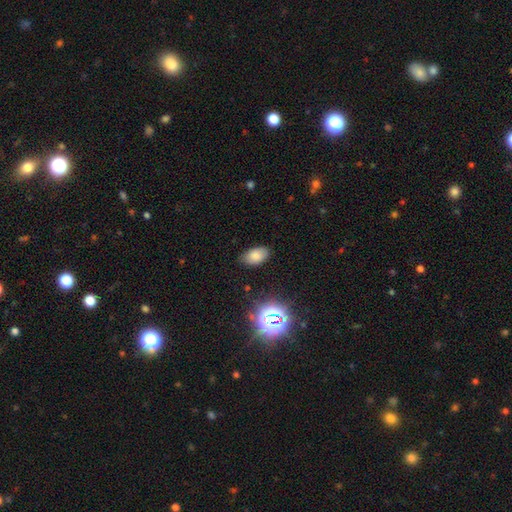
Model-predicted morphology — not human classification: Q: Smooth or featured?
A: smooth (77%); runner-up: star or artifact (14%)
Q: How rounded?
A: in between (92%); runner-up: round (7%)
Q: Merging?
A: none (83%); runner-up: minor disturbance (13%)